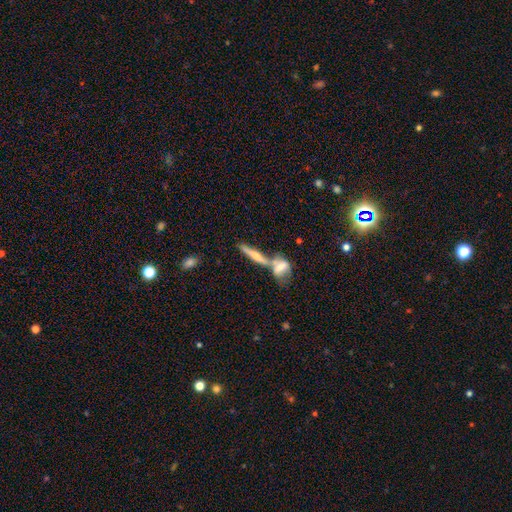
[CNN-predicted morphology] A featured or disk galaxy (54%) viewed edge-on (89%). Merging: none (46%).